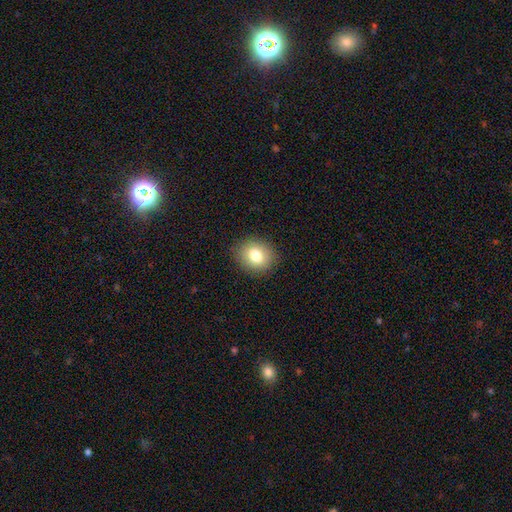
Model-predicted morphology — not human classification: smooth_or_featured: smooth (p=0.79) [alt: featured or disk p=0.12]
how_rounded: round (p=0.61) [alt: in between p=0.38]
merging: none (p=0.88) [alt: minor disturbance p=0.08]